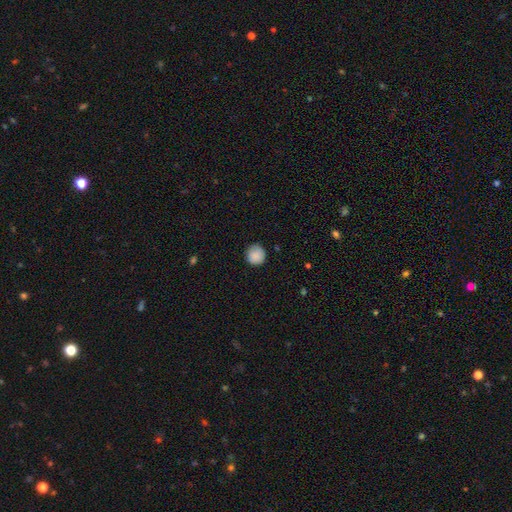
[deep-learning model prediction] Q: Smooth or featured?
A: smooth (88%); runner-up: star or artifact (8%)
Q: How rounded?
A: round (93%); runner-up: in between (6%)
Q: Merging?
A: none (83%); runner-up: minor disturbance (14%)